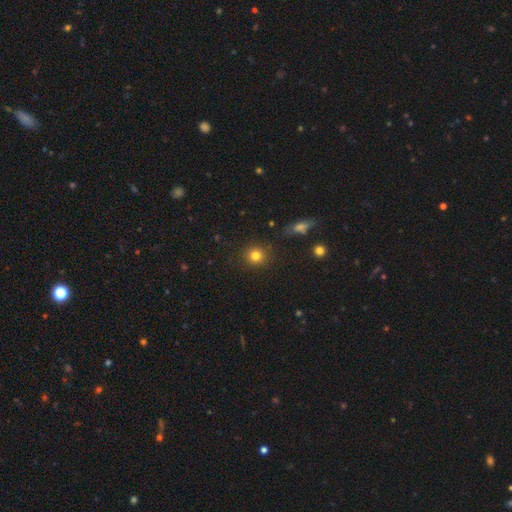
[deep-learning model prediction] Smooth or featured? Predicted: smooth (p=0.81). How rounded? Predicted: round (p=0.91). Merging? Predicted: none (p=0.88).